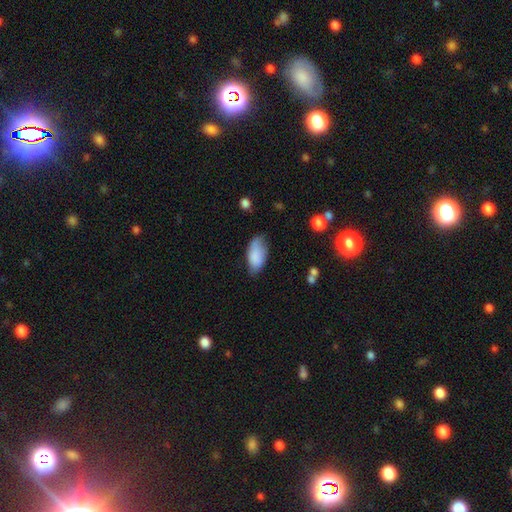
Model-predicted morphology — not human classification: Smooth or featured? Predicted: smooth (p=0.83). How rounded? Predicted: in between (p=0.93). Merging? Predicted: none (p=0.57).